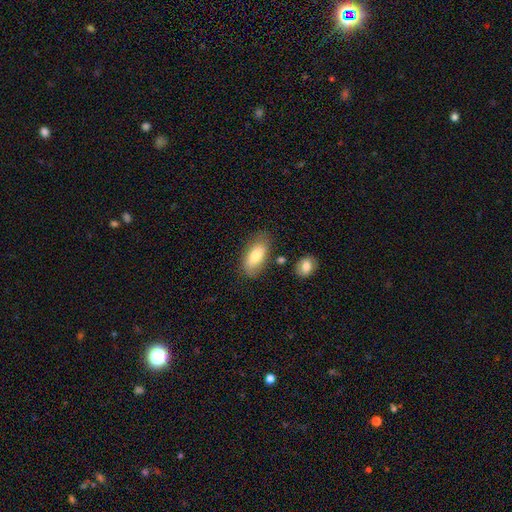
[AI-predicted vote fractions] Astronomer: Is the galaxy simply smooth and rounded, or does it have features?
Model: smooth — 75%.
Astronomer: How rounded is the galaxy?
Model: in between — 89%.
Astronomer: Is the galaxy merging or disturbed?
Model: none — 74%.